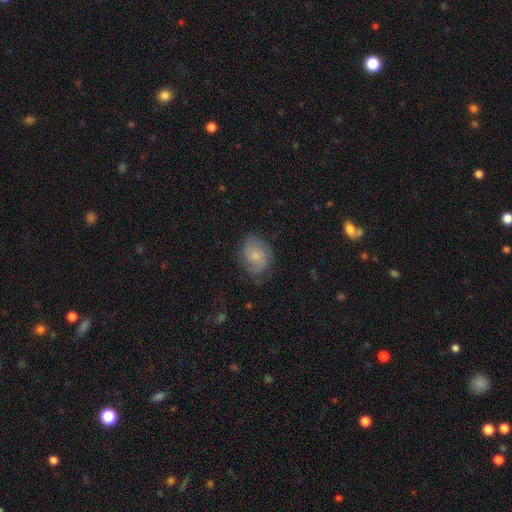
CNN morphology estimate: featured or disk 53%, smooth 40%, star or artifact 8%. Down the decision tree: edge-on disk — no (97%); bar — no (72%); spiral arms — yes (89%); bulge size — small (56%); merging — none (71%).